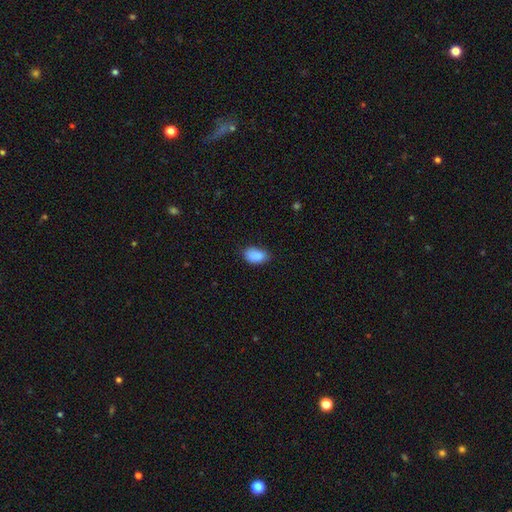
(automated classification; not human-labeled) This is clearly a smooth galaxy (88%). How rounded: clearly in between (91%). Merging: likely none (69%).